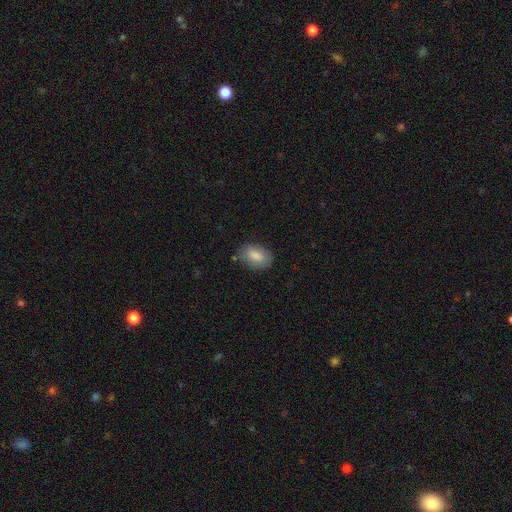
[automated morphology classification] Smooth or featured?
  - smooth: 81% *
  - featured or disk: 12%
  - star or artifact: 7%
How rounded?
  - in between: 89% *
  - round: 9%
  - cigar-shaped: 2%
Merging?
  - none: 78% *
  - minor disturbance: 16%
  - major disturbance: 4%
  - merger: 2%